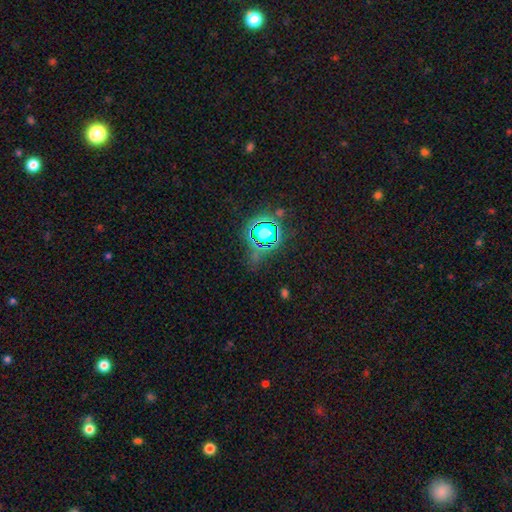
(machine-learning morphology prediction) This appears to be a star or artifact, not a galaxy (72%).